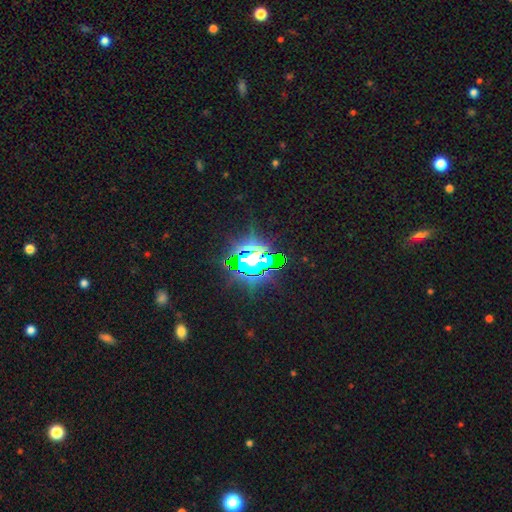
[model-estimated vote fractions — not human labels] Smooth or featured? Predicted: star or artifact (p=0.68).